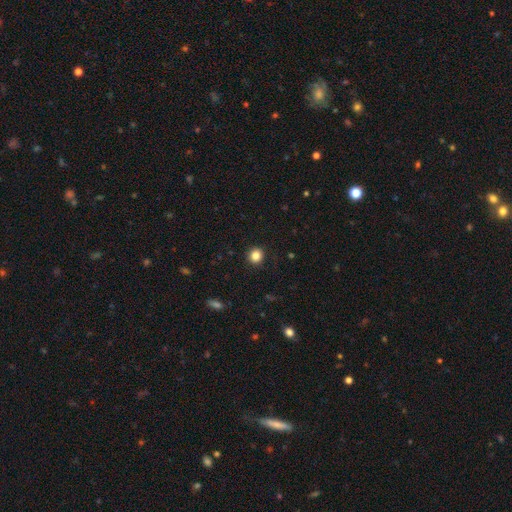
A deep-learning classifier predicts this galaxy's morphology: Q: Smooth or featured?
A: smooth (85%); runner-up: star or artifact (11%)
Q: How rounded?
A: round (92%); runner-up: in between (7%)
Q: Merging?
A: none (92%); runner-up: minor disturbance (5%)